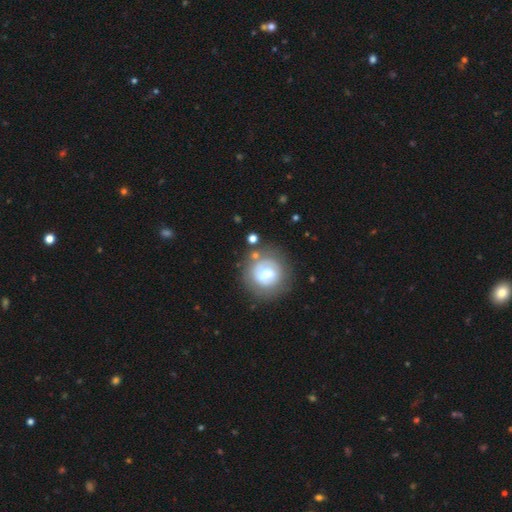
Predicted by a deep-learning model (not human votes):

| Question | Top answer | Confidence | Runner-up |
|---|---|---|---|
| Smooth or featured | smooth | 49% | featured or disk (42%) |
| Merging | none | 75% | minor disturbance (14%) |